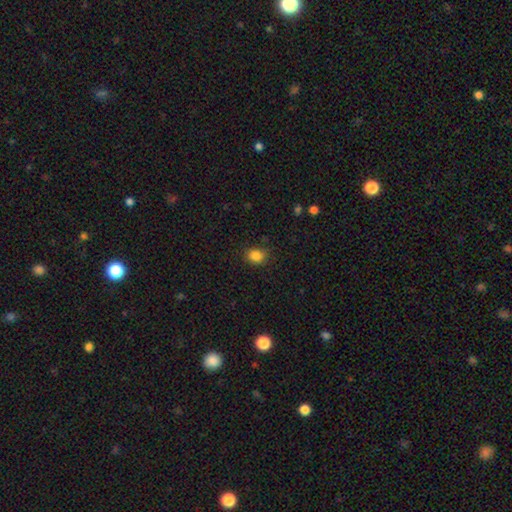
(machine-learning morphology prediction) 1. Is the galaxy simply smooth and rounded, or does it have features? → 84% smooth, 11% star or artifact, 4% featured or disk.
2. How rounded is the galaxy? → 59% round, 40% in between, 1% cigar-shaped.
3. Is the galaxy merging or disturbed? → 83% none, 12% minor disturbance, 3% major disturbance, 1% merger.